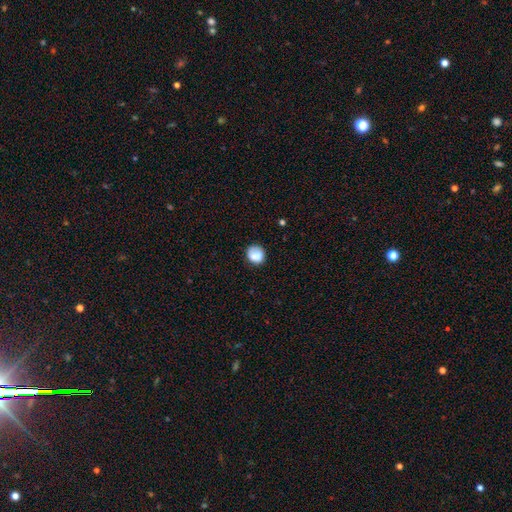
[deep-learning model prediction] Smooth or featured? smooth (79%)
How rounded? round (81%)
Merging? none (65%)